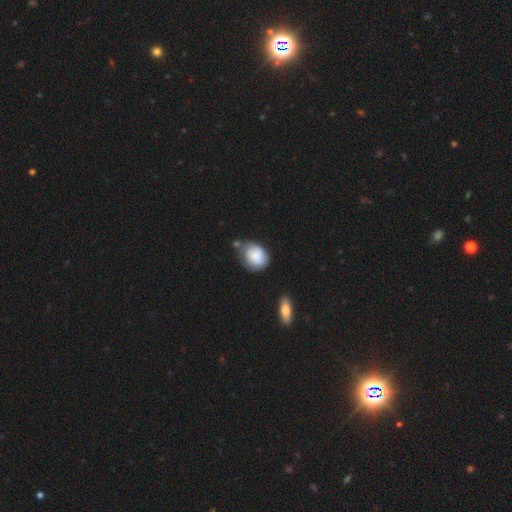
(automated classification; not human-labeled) smooth_or_featured: smooth (p=0.69) [alt: featured or disk p=0.24]
how_rounded: in between (p=0.52) [alt: round p=0.47]
merging: none (p=0.46) [alt: minor disturbance p=0.30]